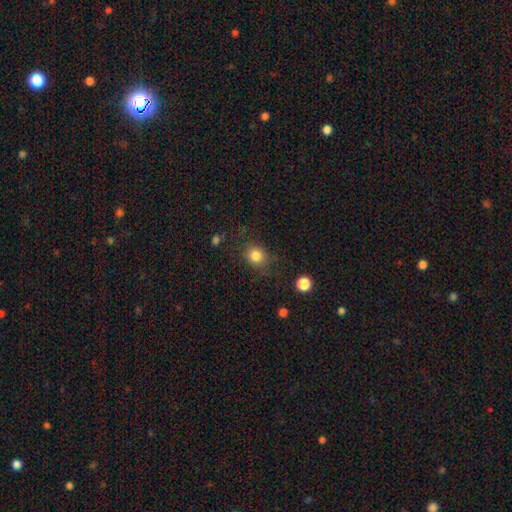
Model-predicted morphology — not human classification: Smooth or featured? Predicted: smooth (p=0.82). How rounded? Predicted: round (p=0.78). Merging? Predicted: none (p=0.79).